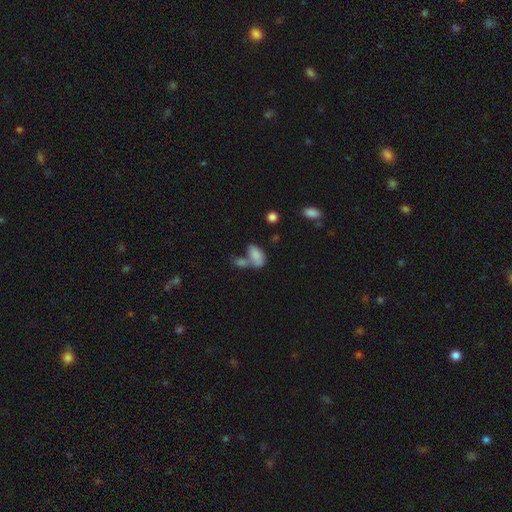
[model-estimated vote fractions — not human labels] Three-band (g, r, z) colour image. It shows a smooth galaxy with no disk features (79%) that is in between round and cigar-shaped (92%). Merging: merger (50%).